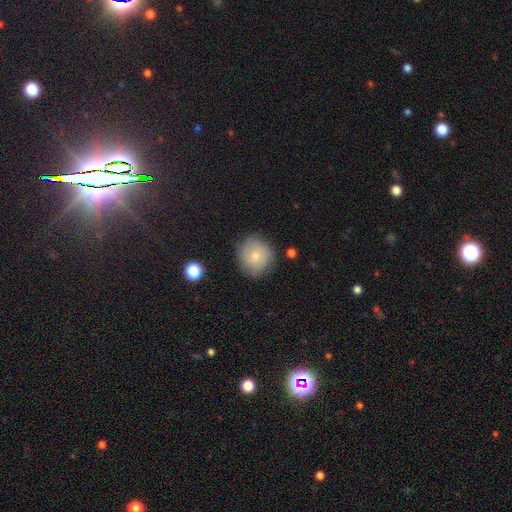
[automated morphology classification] Smooth or featured?
  - smooth: 73% *
  - featured or disk: 19%
  - star or artifact: 8%
How rounded?
  - round: 89% *
  - in between: 10%
  - cigar-shaped: 1%
Merging?
  - none: 77% *
  - minor disturbance: 17%
  - major disturbance: 4%
  - merger: 2%